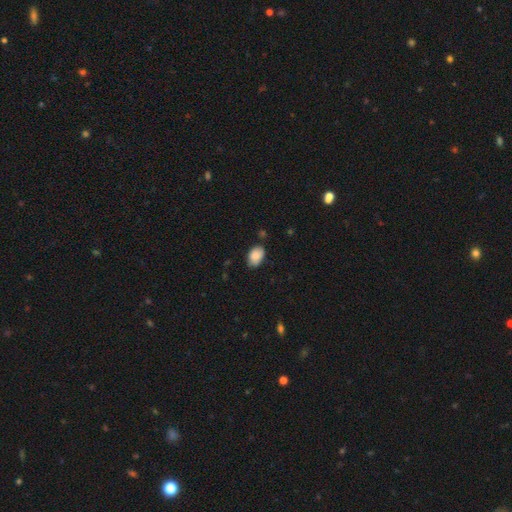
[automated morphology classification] Q: Smooth or featured?
A: smooth (87%); runner-up: star or artifact (7%)
Q: How rounded?
A: in between (90%); runner-up: round (9%)
Q: Merging?
A: none (75%); runner-up: minor disturbance (20%)